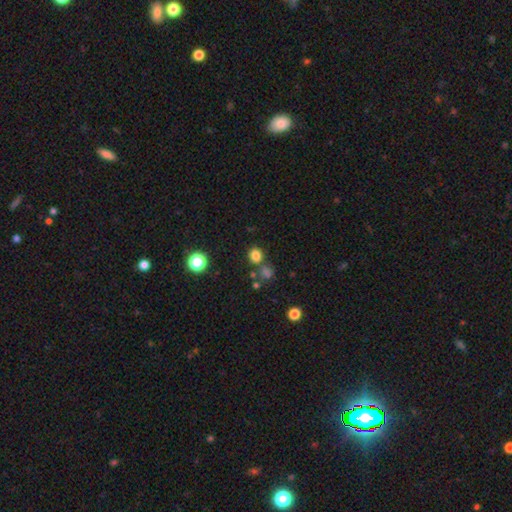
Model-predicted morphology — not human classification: Smooth or featured?
  - smooth: 79% *
  - star or artifact: 16%
  - featured or disk: 5%
How rounded?
  - round: 75% *
  - in between: 24%
  - cigar-shaped: 1%
Merging?
  - none: 71% *
  - merger: 15%
  - minor disturbance: 10%
  - major disturbance: 4%